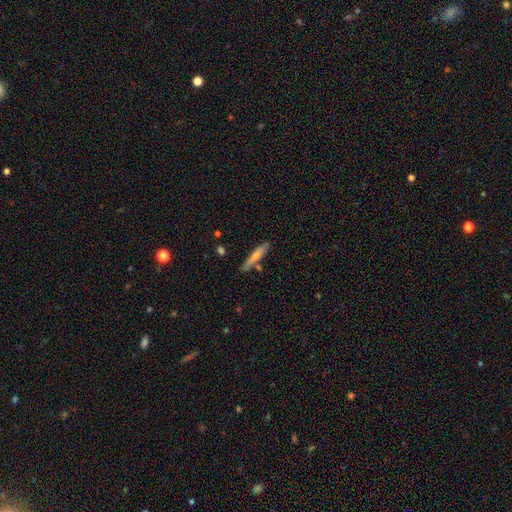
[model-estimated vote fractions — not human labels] Smooth or featured? smooth (48%)
Merging? none (81%)